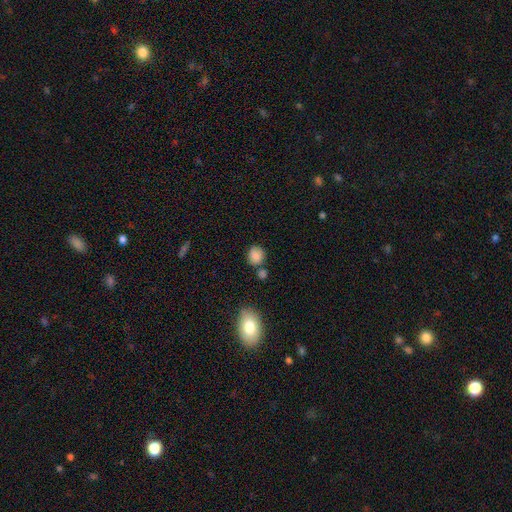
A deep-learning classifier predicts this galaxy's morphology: The model was most divided on "how rounded": round: 69%, in between: 30%, cigar-shaped: 1%. More confident: smooth or featured — smooth (82%); merging — none (64%).